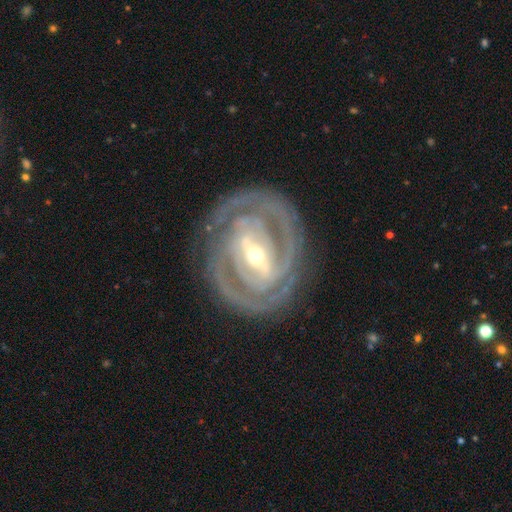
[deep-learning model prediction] Smooth or featured? featured or disk (90%)
Edge-on disk? no (96%)
Bar? strong (63%)
Spiral arms? yes (95%)
Spiral winding? tight (77%)
Spiral arm count? 2 (52%)
Bulge size? small (53%)
Merging? none (79%)